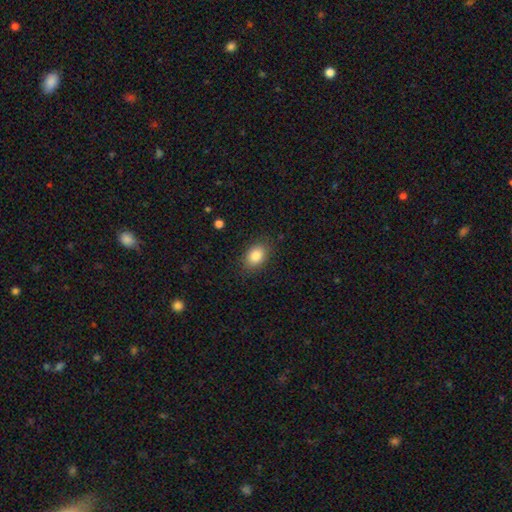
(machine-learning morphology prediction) type=smooth (84%); roundness=in between (78%); merging=none (85%).